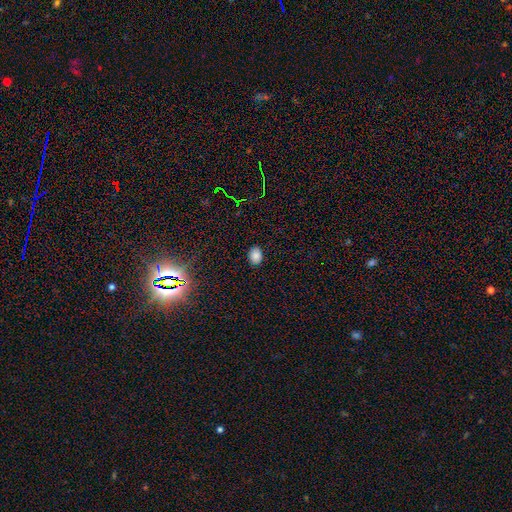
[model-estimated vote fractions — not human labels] A smooth galaxy with no disk features (83%) that is in between round and cigar-shaped (68%).

Vote fractions:
- Smooth or featured? smooth: 83% / star or artifact: 12% / featured or disk: 5%
- How rounded? in between: 68% / round: 31% / cigar-shaped: 1%
- Merging? none: 88% / minor disturbance: 9% / major disturbance: 2% / merger: 1%